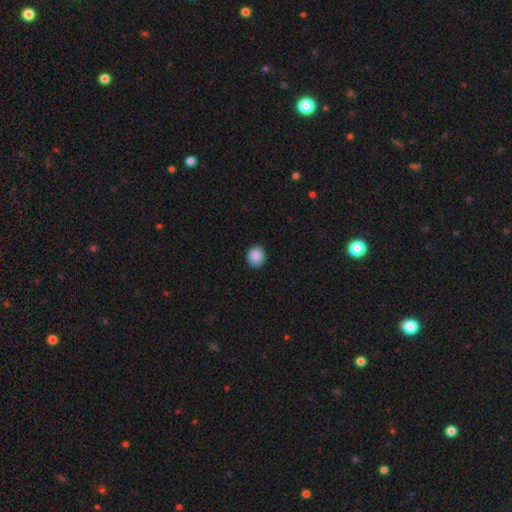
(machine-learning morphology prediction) Smooth or featured?
  - smooth: 89% *
  - star or artifact: 8%
  - featured or disk: 3%
How rounded?
  - round: 79% *
  - in between: 20%
  - cigar-shaped: 1%
Merging?
  - none: 91% *
  - minor disturbance: 6%
  - major disturbance: 2%
  - merger: 1%